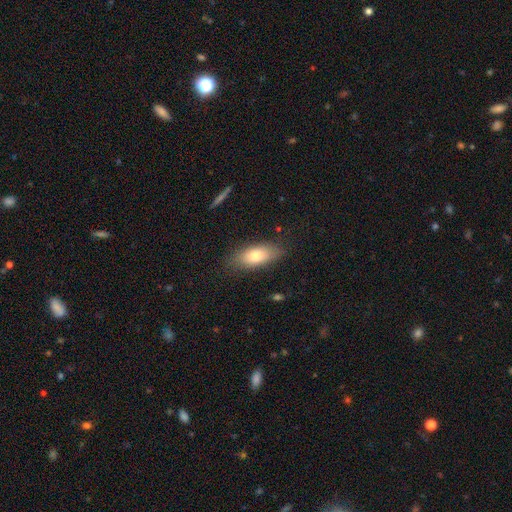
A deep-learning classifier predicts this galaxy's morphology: Smooth or featured: smooth — 77% (featured or disk — 16%)
How rounded: in between — 81% (cigar-shaped — 15%)
Merging: none — 80% (minor disturbance — 14%)